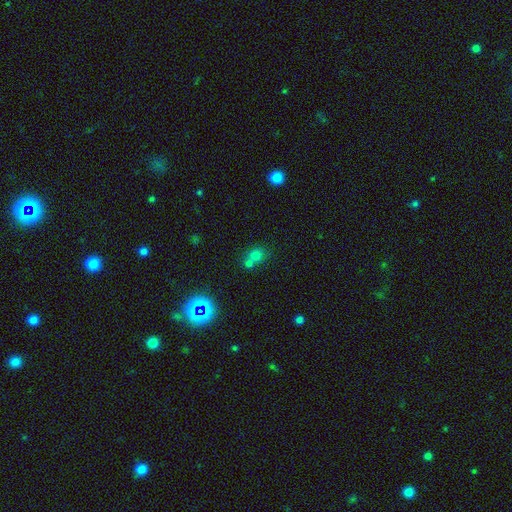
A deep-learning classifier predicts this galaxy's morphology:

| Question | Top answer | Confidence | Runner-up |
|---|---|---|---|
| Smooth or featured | smooth | 67% | star or artifact (22%) |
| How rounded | round | 80% | in between (19%) |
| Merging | none | 46% | merger (45%) |